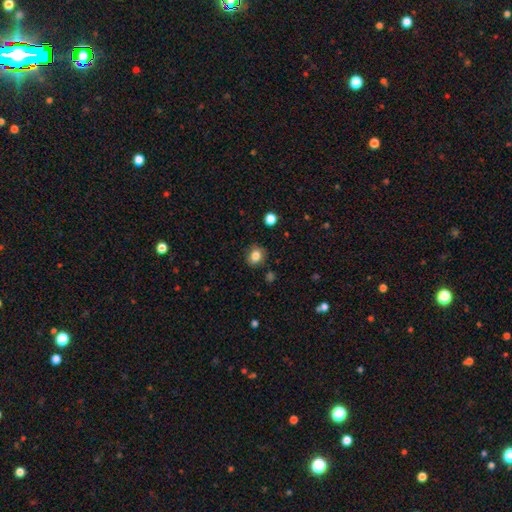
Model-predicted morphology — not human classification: Smooth or featured?
  - smooth: 83% *
  - star or artifact: 10%
  - featured or disk: 6%
How rounded?
  - round: 69% *
  - in between: 30%
  - cigar-shaped: 1%
Merging?
  - none: 86% *
  - minor disturbance: 10%
  - major disturbance: 3%
  - merger: 2%